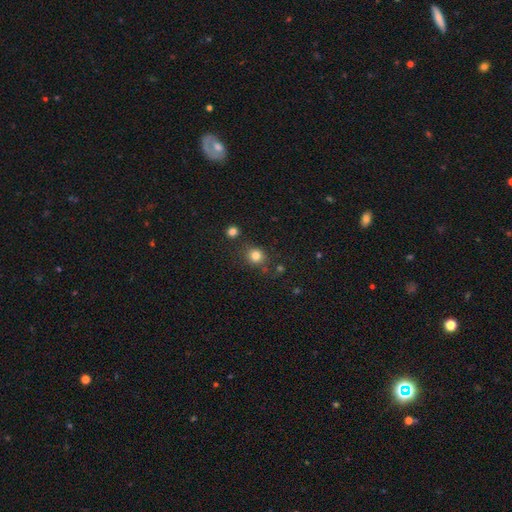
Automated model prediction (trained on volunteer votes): Morphology: type=smooth (81%); roundness=round (83%); merging=none (77%).